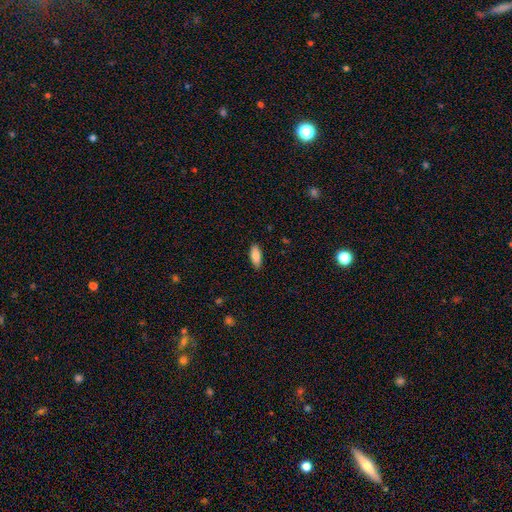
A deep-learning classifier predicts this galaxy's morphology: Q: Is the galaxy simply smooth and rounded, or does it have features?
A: smooth — 86%.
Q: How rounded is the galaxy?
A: in between — 79%.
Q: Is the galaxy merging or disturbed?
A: none — 88%.